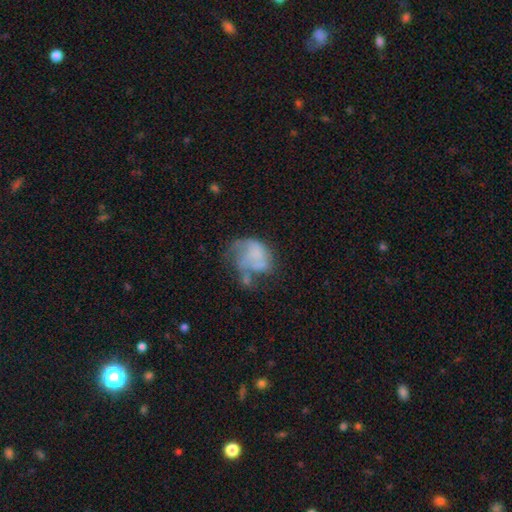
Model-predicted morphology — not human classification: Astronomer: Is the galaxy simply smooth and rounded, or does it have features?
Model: featured or disk — 47% (runner-up: smooth, 43%).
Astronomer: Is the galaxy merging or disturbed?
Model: major disturbance — 40% (runner-up: none, 26%).